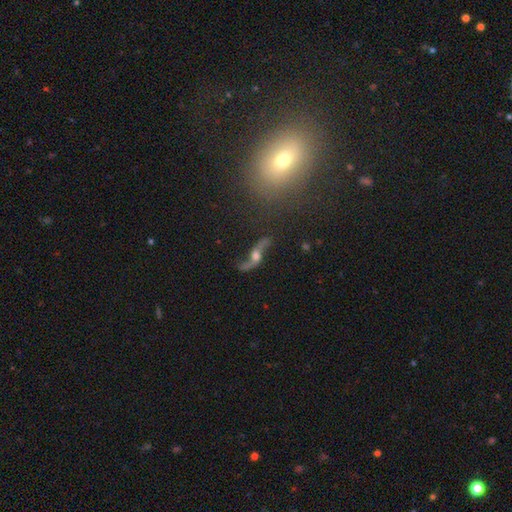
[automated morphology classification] This appears to be a featured or disk galaxy (81%) with no bar (60%), 2 (91%) loose (90%) spiral arms (93%) and a moderate central bulge (53%). Merging: none (66%).